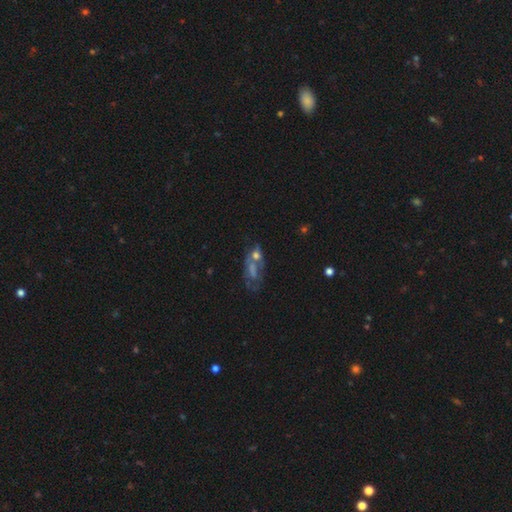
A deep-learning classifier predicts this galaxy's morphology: Smooth or featured? featured or disk (48%)
Merging? merger (31%)